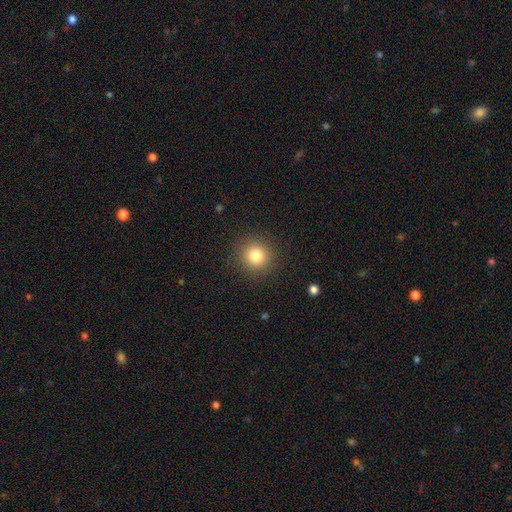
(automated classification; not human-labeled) Smooth or featured? Predicted: smooth (p=0.81). How rounded? Predicted: round (p=0.93). Merging? Predicted: none (p=0.90).